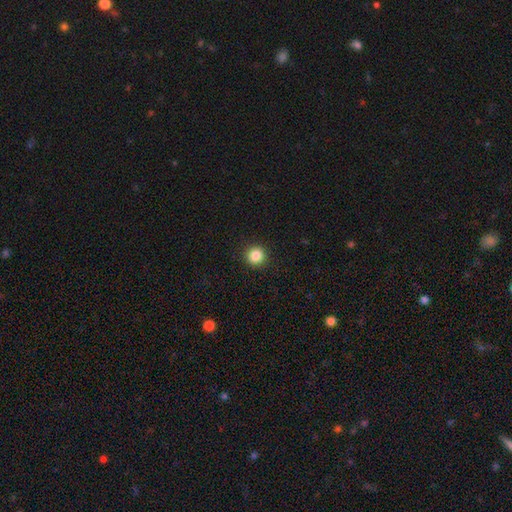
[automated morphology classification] This is clearly a smooth galaxy (86%). How rounded: clearly round (93%). Merging: clearly none (92%).